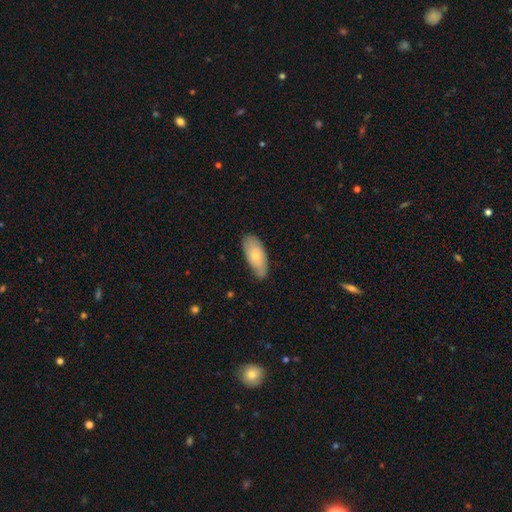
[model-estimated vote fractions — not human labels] This is likely a smooth galaxy (67%). How rounded: clearly in between (88%). Merging: likely none (69%).